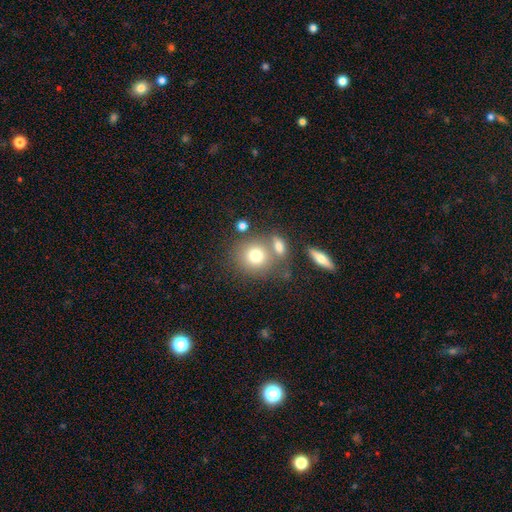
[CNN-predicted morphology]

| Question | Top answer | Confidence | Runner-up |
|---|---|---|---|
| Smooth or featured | smooth | 76% | featured or disk (14%) |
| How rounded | round | 82% | in between (17%) |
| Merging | none | 58% | merger (26%) |